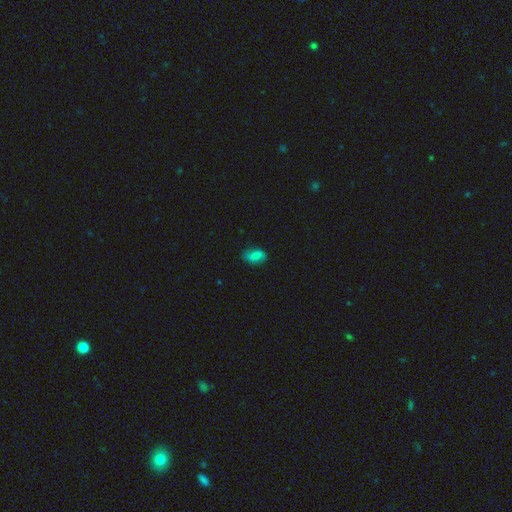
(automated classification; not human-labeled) Smooth or featured? Predicted: smooth (p=0.76). How rounded? Predicted: in between (p=0.88). Merging? Predicted: none (p=0.69).